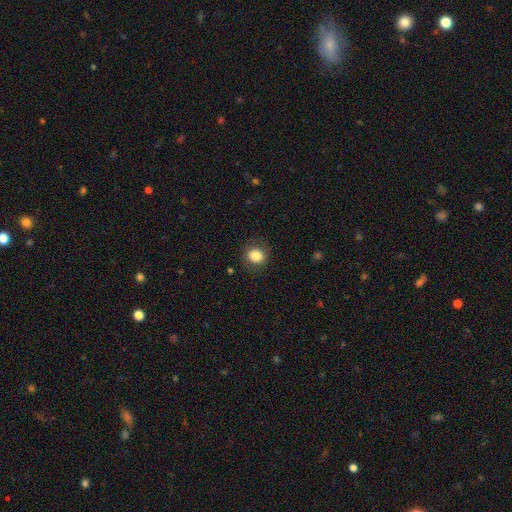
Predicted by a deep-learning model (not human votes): Smooth or featured: smooth — 84% (star or artifact — 9%)
How rounded: round — 74% (in between — 25%)
Merging: none — 85% (minor disturbance — 10%)